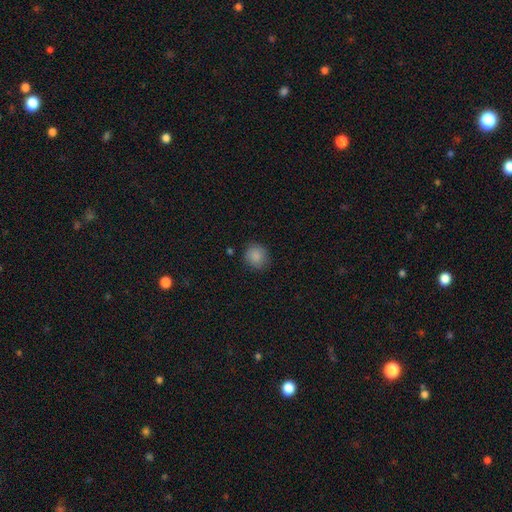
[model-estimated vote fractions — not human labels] This is clearly a smooth galaxy (87%). How rounded: clearly round (85%). Merging: clearly none (86%).